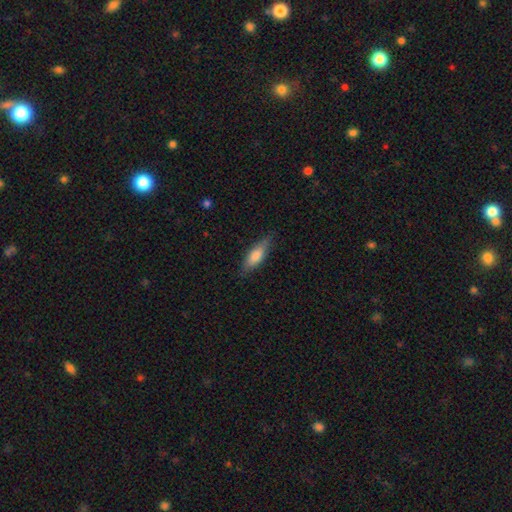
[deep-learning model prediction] Smooth or featured?
  - smooth: 73% *
  - featured or disk: 21%
  - star or artifact: 6%
How rounded?
  - in between: 57% *
  - cigar-shaped: 40%
  - round: 2%
Merging?
  - none: 77% *
  - minor disturbance: 18%
  - major disturbance: 3%
  - merger: 1%